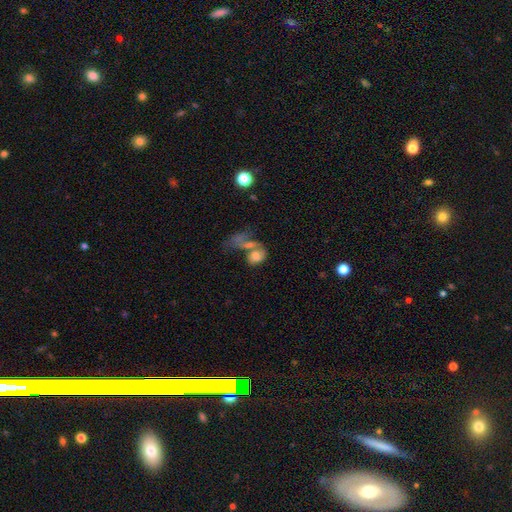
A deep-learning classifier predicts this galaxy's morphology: A smooth galaxy with no disk features (66%) that is in between round and cigar-shaped (69%). Merging: merger (55%).